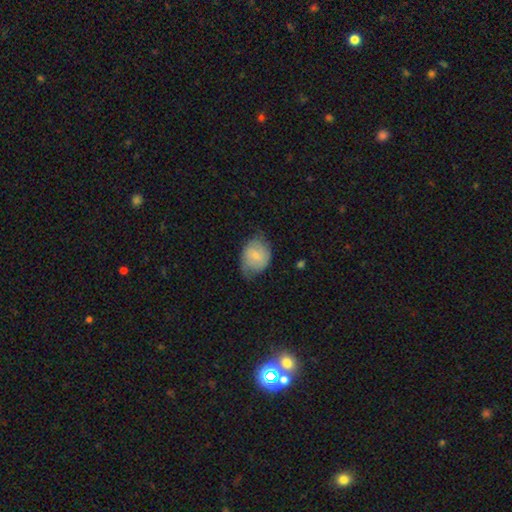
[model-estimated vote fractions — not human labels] Smooth or featured?
  - smooth: 48% *
  - featured or disk: 46%
  - star or artifact: 7%
Merging?
  - none: 56% *
  - minor disturbance: 32%
  - major disturbance: 11%
  - merger: 1%